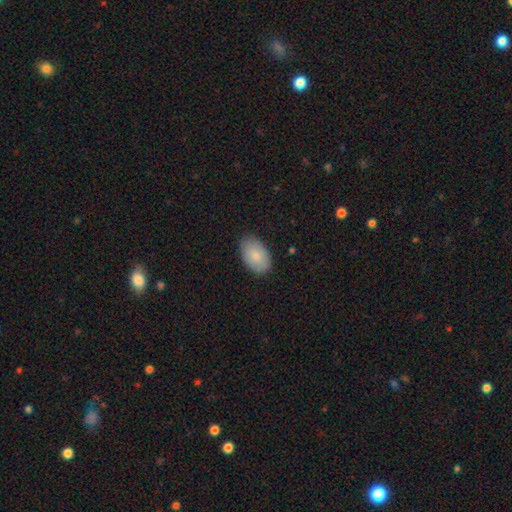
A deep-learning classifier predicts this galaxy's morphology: smooth 83%, featured or disk 11%, star or artifact 6%. Down the decision tree: how rounded — in between (91%); merging — none (82%).